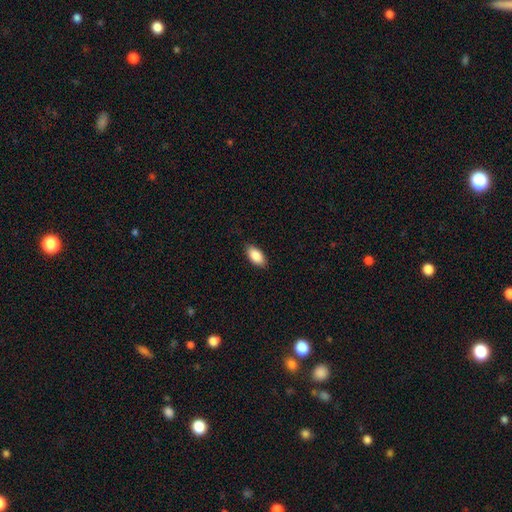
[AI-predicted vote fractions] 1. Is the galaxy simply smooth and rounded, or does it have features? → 87% smooth, 7% featured or disk, 6% star or artifact.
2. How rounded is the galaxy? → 92% in between, 5% cigar-shaped, 3% round.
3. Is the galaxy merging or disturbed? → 87% none, 10% minor disturbance, 2% major disturbance, 1% merger.